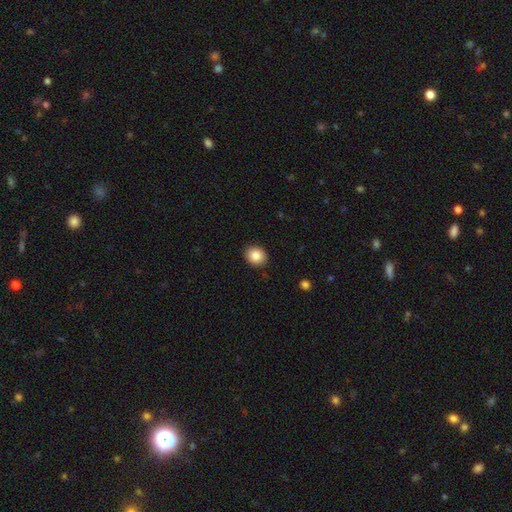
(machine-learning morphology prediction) Smooth or featured? smooth (86%)
How rounded? round (62%)
Merging? none (90%)